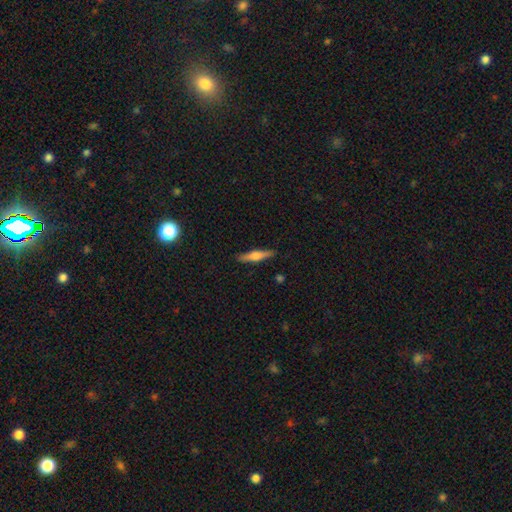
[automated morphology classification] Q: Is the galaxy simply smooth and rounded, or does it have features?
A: featured or disk — 47%.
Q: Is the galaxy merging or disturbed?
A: none — 89%.